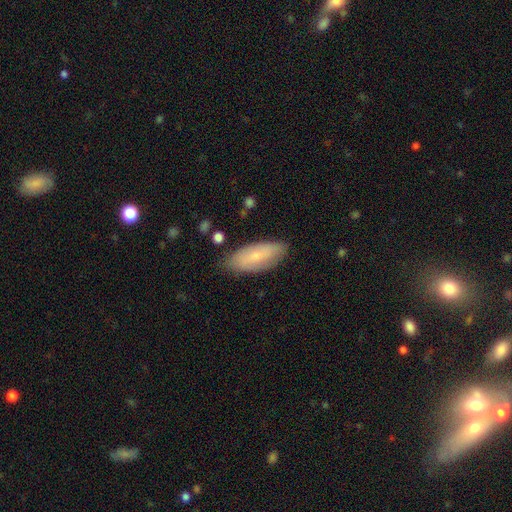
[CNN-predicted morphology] Smooth or featured?
  - smooth: 70% *
  - featured or disk: 23%
  - star or artifact: 6%
How rounded?
  - in between: 80% *
  - cigar-shaped: 18%
  - round: 2%
Merging?
  - none: 79% *
  - minor disturbance: 16%
  - major disturbance: 3%
  - merger: 2%